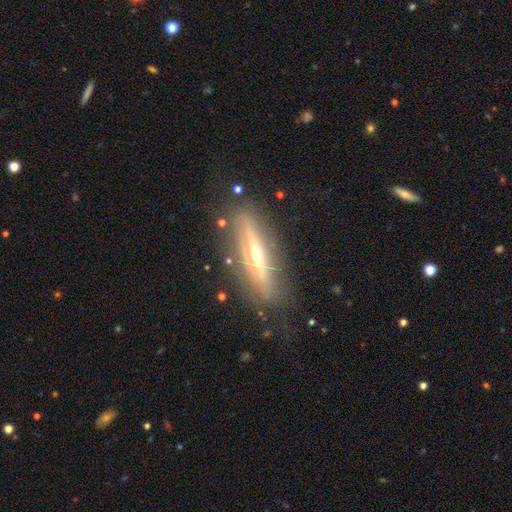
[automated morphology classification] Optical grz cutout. It shows a featured or disk galaxy (75%) viewed edge-on (88%) with a rounded central bulge (84%). Merging: none (79%).